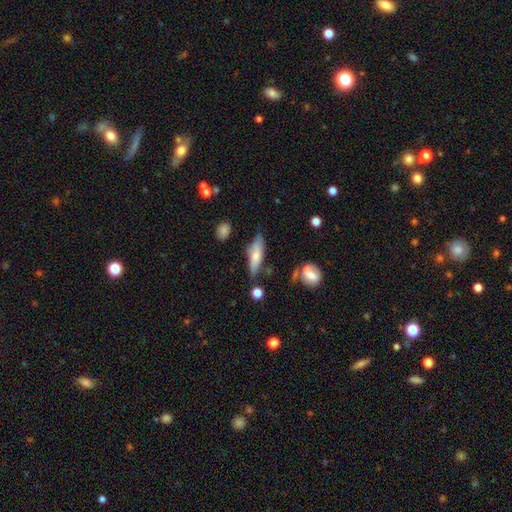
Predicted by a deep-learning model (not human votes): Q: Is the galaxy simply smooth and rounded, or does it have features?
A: smooth — 60%.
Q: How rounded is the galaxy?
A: cigar-shaped — 51%.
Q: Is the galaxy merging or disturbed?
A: none — 62%.